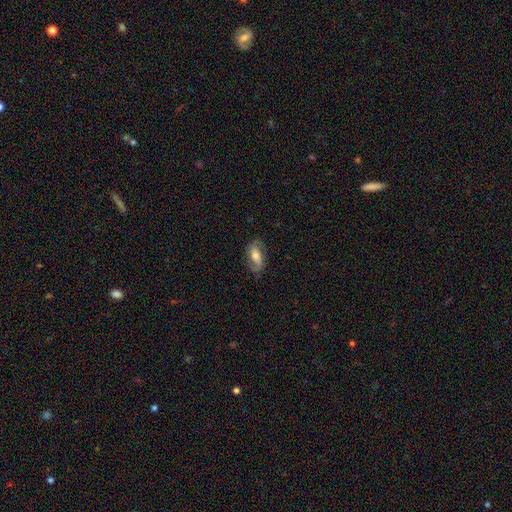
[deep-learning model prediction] This appears to be a featured or disk galaxy (60%) with a weak bar (35%), spiral arms (81%) and a moderate central bulge (65%). Merging: none (74%).